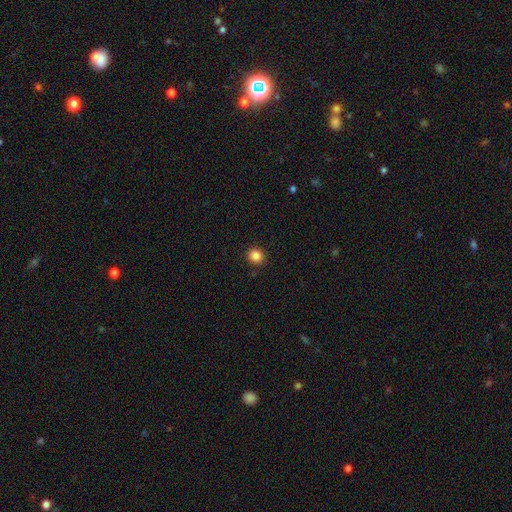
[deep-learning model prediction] Smooth or featured?
  - smooth: 85% *
  - star or artifact: 11%
  - featured or disk: 4%
How rounded?
  - round: 91% *
  - in between: 8%
  - cigar-shaped: 1%
Merging?
  - none: 92% *
  - minor disturbance: 5%
  - major disturbance: 2%
  - merger: 1%